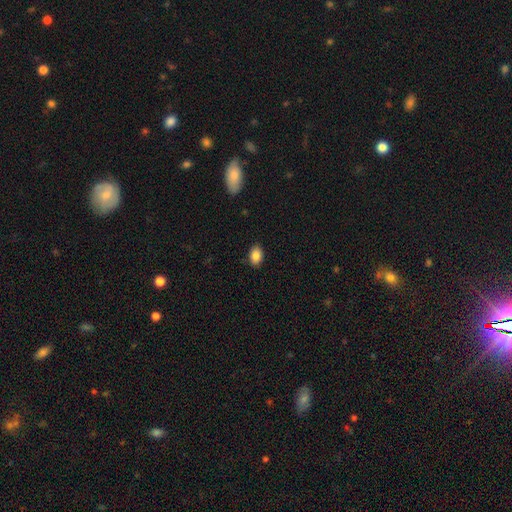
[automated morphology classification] Smooth or featured? Predicted: smooth (p=0.87). How rounded? Predicted: in between (p=0.84). Merging? Predicted: none (p=0.87).